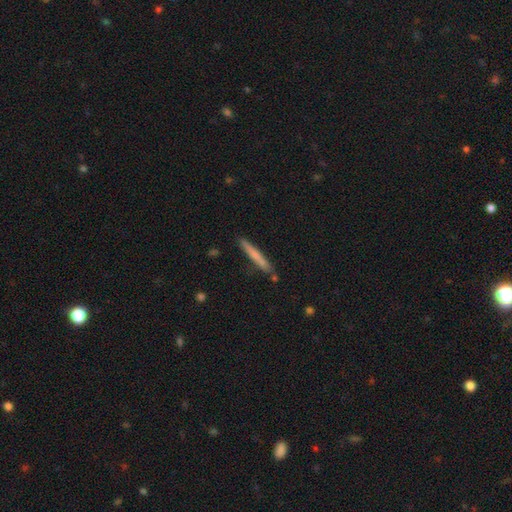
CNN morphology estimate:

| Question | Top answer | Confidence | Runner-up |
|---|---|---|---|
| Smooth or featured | smooth | 66% | featured or disk (28%) |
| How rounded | cigar-shaped | 96% | in between (3%) |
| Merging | none | 84% | minor disturbance (11%) |